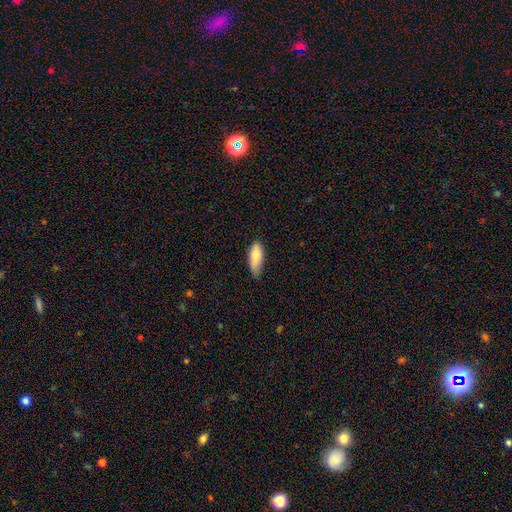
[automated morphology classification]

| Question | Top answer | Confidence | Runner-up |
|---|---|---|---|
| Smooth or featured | smooth | 83% | featured or disk (11%) |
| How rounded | in between | 76% | cigar-shaped (22%) |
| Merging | none | 63% | minor disturbance (32%) |